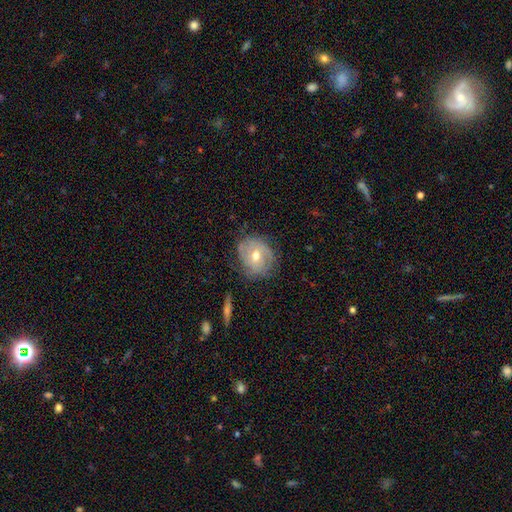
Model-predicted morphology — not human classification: Smooth or featured: featured or disk — 66% (smooth — 27%)
Edge-on disk: no — 96% (yes — 4%)
Bar: no — 61% (weak — 31%)
Spiral arms: yes — 81% (no — 19%)
Spiral winding: tight — 57% (medium — 30%)
Spiral arm count: can't tell — 35% (2 — 33%)
Bulge size: moderate — 71% (small — 24%)
Merging: none — 69% (minor disturbance — 22%)